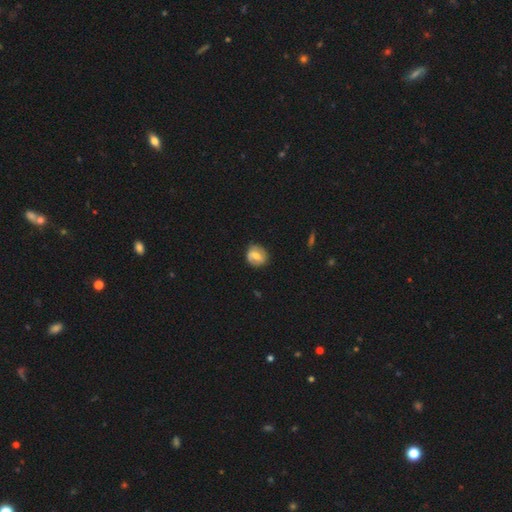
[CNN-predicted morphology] smooth 47%, featured or disk 46%, star or artifact 7%. Down the decision tree: merging — none (81%).